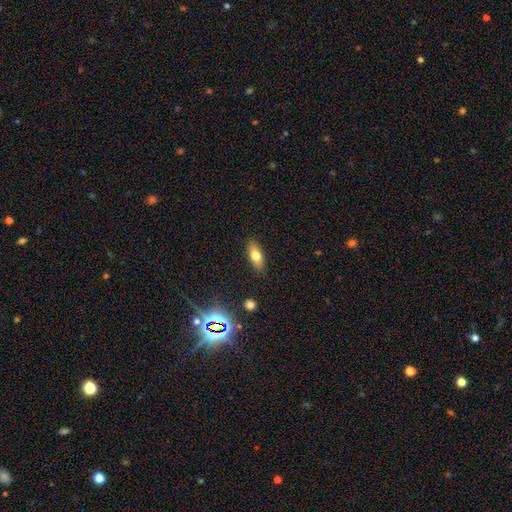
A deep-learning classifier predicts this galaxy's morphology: smooth 69%, featured or disk 22%, star or artifact 10%. Down the decision tree: how rounded — in between (74%); merging — none (85%).